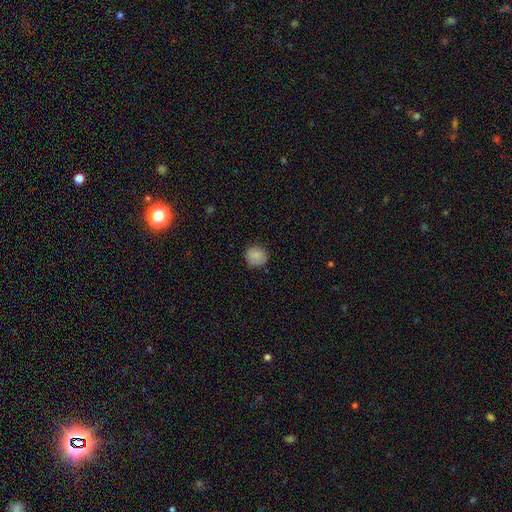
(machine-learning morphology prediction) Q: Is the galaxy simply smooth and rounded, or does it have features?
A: smooth — 86%.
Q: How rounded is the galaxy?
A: round — 85%.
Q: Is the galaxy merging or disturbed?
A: none — 85%.